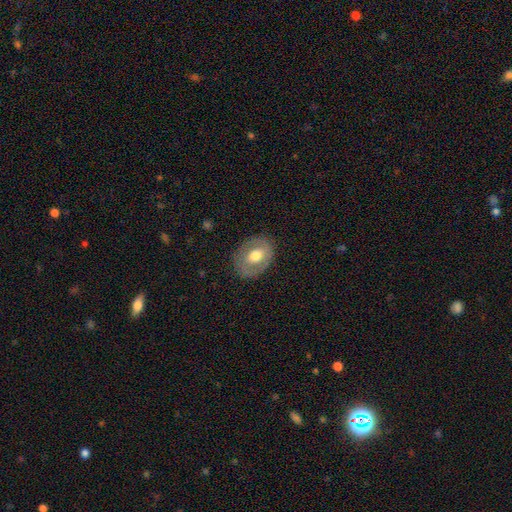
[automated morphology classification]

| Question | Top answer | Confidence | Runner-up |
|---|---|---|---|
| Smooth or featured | smooth | 50% | featured or disk (43%) |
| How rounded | in between | 58% | round (41%) |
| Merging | none | 79% | minor disturbance (15%) |